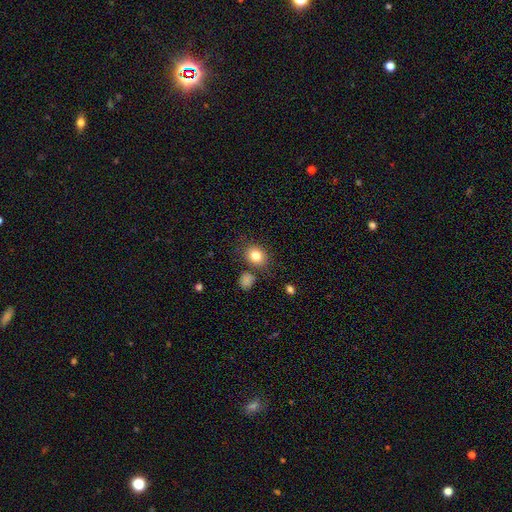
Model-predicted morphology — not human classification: A smooth galaxy with no disk features (82%) that is round (60%).

Vote fractions:
- Smooth or featured? smooth: 82% / star or artifact: 10% / featured or disk: 8%
- How rounded? round: 60% / in between: 39% / cigar-shaped: 1%
- Merging? none: 76% / minor disturbance: 12% / merger: 8% / major disturbance: 4%